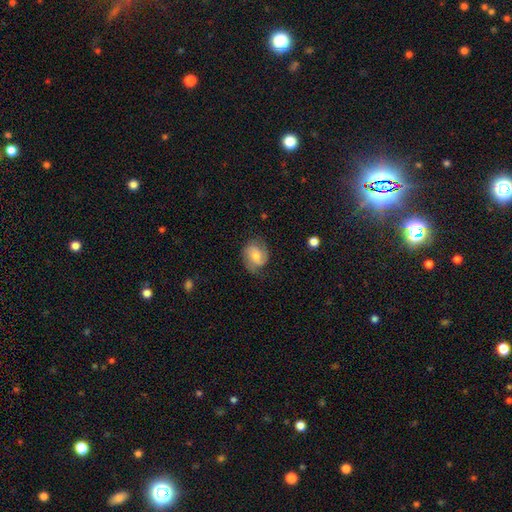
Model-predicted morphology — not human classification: A featured or disk galaxy (50%).

Vote fractions:
- Smooth or featured? featured or disk: 50% / smooth: 43% / star or artifact: 8%
- Merging? none: 65% / minor disturbance: 24% / major disturbance: 10% / merger: 1%